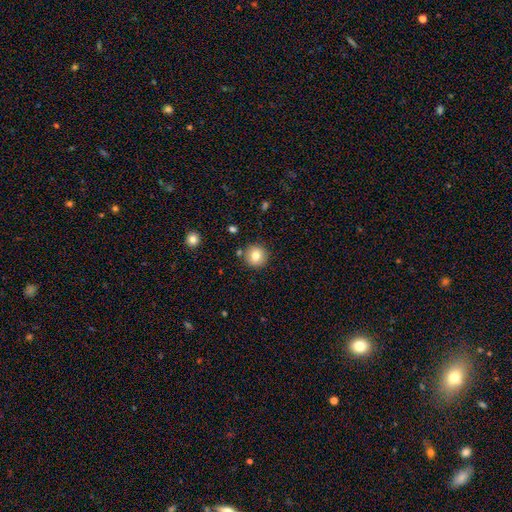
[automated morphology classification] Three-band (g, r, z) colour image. It shows a smooth galaxy with no disk features (79%) that is round (94%). Merging: none (86%).